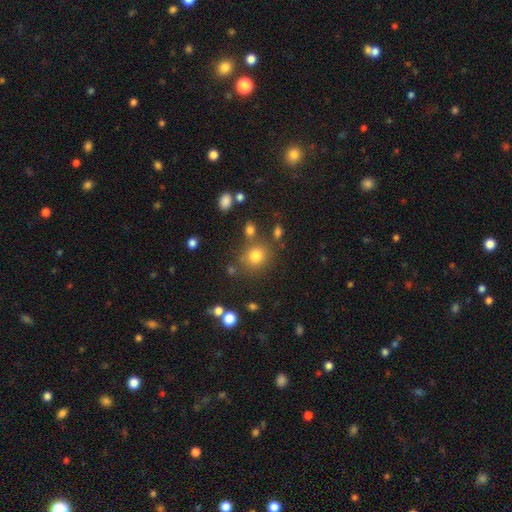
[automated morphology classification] Smooth or featured: smooth — 78% (star or artifact — 14%)
How rounded: round — 82% (in between — 17%)
Merging: none — 75% (minor disturbance — 11%)